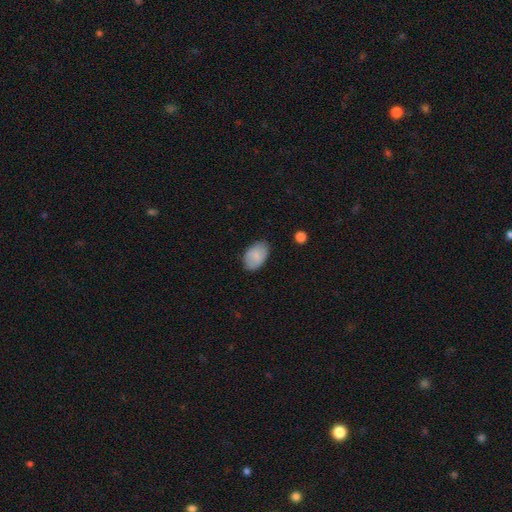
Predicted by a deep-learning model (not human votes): Smooth or featured? Predicted: smooth (p=0.81). How rounded? Predicted: in between (p=0.90). Merging? Predicted: none (p=0.77).